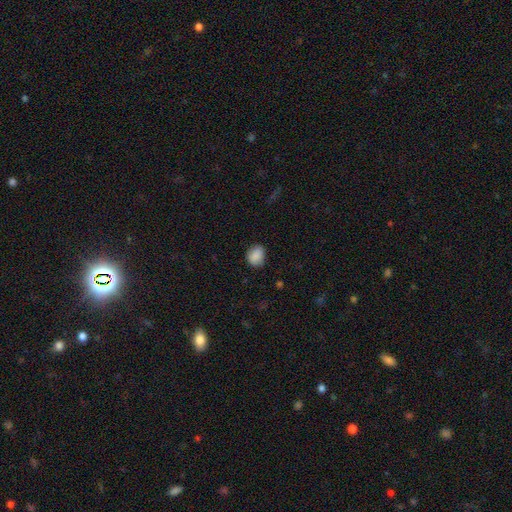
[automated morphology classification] Smooth or featured: smooth — 87% (star or artifact — 9%)
How rounded: in between — 50% (round — 49%)
Merging: none — 75% (minor disturbance — 20%)